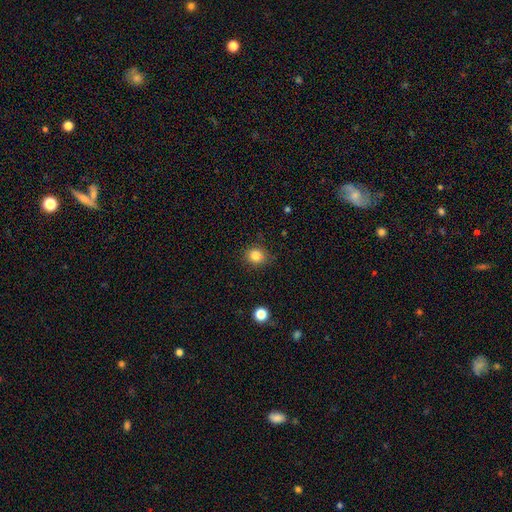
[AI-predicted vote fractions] Q: Smooth or featured?
A: smooth (83%); runner-up: star or artifact (12%)
Q: How rounded?
A: round (68%); runner-up: in between (31%)
Q: Merging?
A: none (81%); runner-up: minor disturbance (15%)